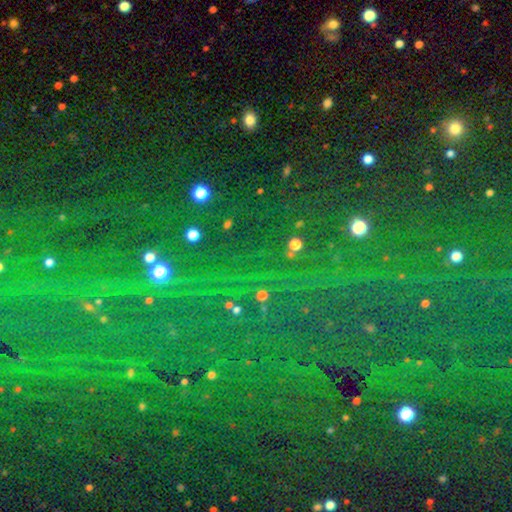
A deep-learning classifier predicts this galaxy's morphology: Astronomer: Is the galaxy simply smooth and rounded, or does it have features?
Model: star or artifact — 82%.